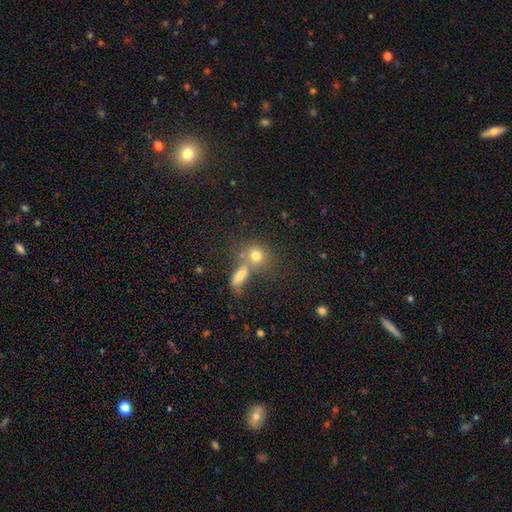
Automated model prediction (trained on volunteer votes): smooth_or_featured: smooth (p=0.74) [alt: featured or disk p=0.13]
how_rounded: round (p=0.72) [alt: in between p=0.26]
merging: none (p=0.47) [alt: merger p=0.39]